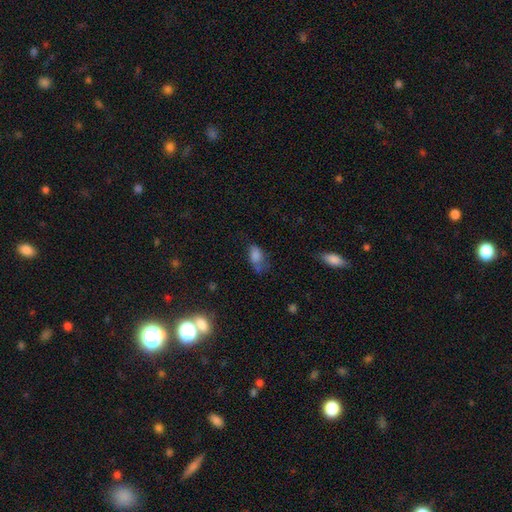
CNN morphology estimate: Smooth or featured? Predicted: smooth (p=0.75). How rounded? Predicted: in between (p=0.87). Merging? Predicted: none (p=0.39).